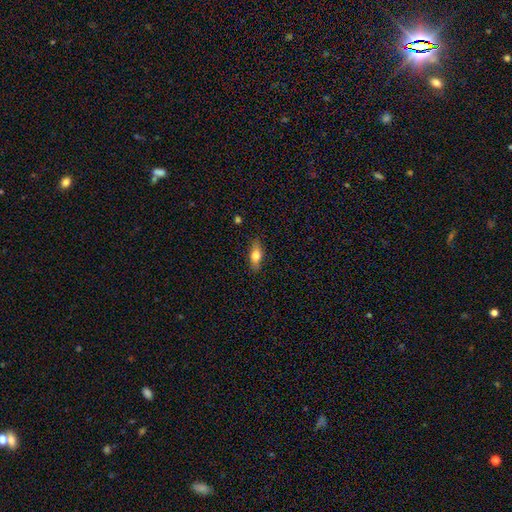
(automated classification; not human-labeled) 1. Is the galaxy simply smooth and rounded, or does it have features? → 68% smooth, 25% featured or disk, 7% star or artifact.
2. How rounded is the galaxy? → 69% in between, 26% cigar-shaped, 5% round.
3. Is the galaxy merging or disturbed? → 85% none, 12% minor disturbance, 3% major disturbance, 1% merger.